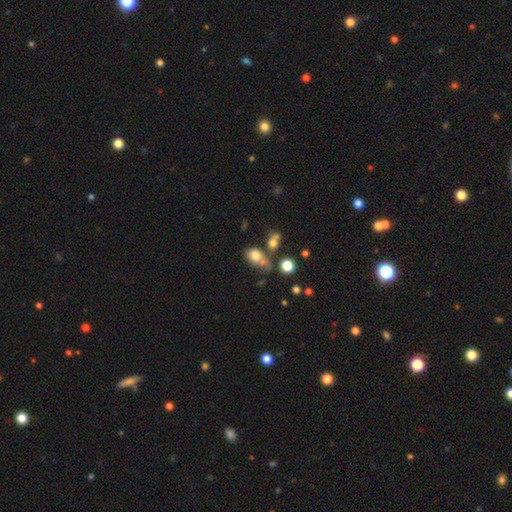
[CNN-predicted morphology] This appears to be a smooth galaxy with no disk features (75%) that is in between round and cigar-shaped (67%). Merging: none (37%).